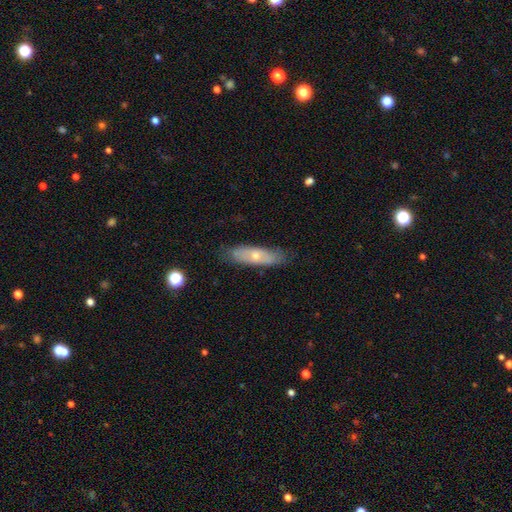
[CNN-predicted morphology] Smooth or featured? smooth (51%)
How rounded? cigar-shaped (51%)
Merging? none (78%)